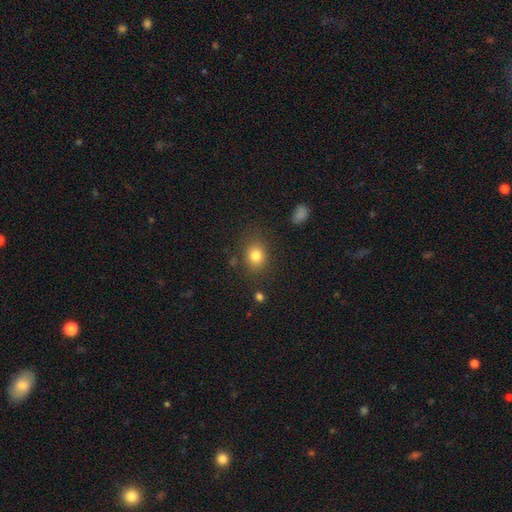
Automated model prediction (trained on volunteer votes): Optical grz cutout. It shows a smooth galaxy with no disk features (81%) that is round (58%). Merging: none (80%).